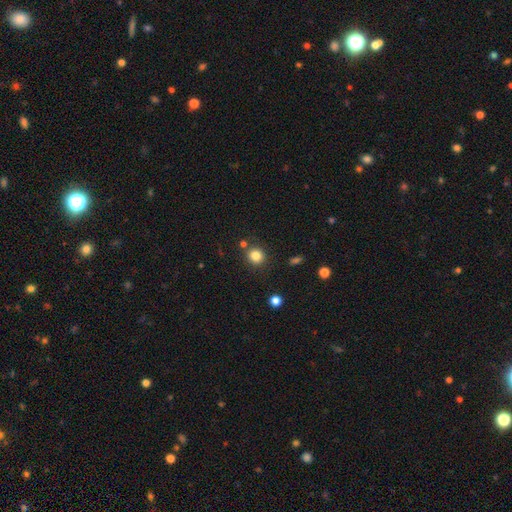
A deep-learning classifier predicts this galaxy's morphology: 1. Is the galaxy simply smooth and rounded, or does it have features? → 83% smooth, 12% star or artifact, 5% featured or disk.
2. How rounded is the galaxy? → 86% round, 13% in between, 1% cigar-shaped.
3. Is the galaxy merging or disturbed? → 82% none, 9% minor disturbance, 7% merger, 3% major disturbance.